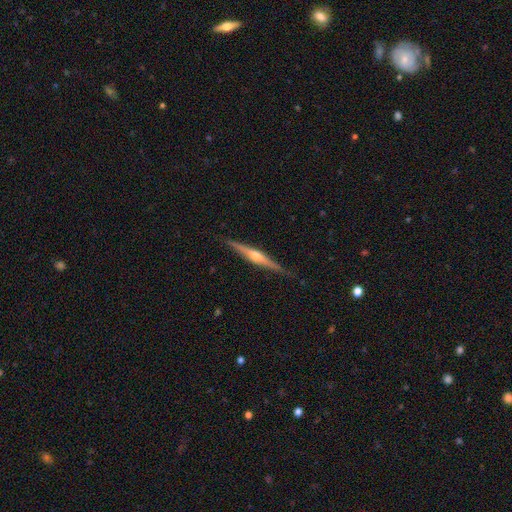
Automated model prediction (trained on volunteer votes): A featured or disk galaxy (78%) viewed edge-on (98%) with a rounded central bulge (89%). Merging: none (88%).